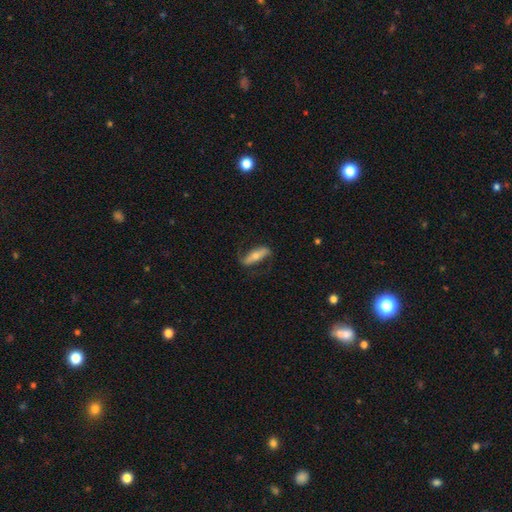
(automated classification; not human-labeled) Q: Smooth or featured?
A: featured or disk (63%); runner-up: smooth (31%)
Q: Edge-on disk?
A: no (71%); runner-up: yes (29%)
Q: Merging?
A: none (72%); runner-up: minor disturbance (17%)